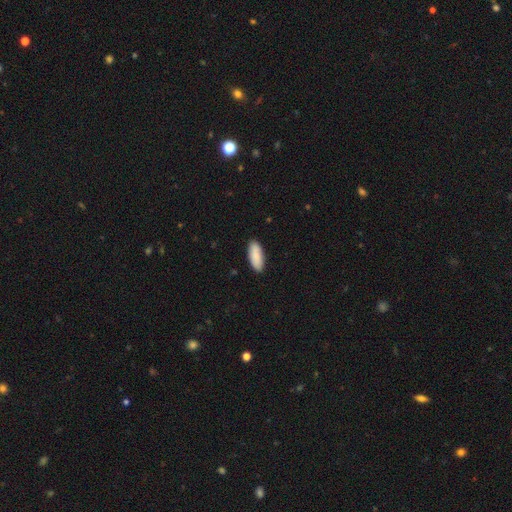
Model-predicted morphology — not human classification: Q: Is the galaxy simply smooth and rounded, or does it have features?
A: smooth — 88%.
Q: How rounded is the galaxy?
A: in between — 79%.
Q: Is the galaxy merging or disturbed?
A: none — 89%.